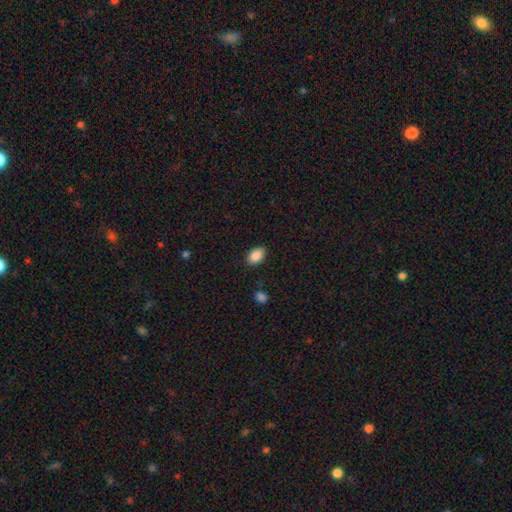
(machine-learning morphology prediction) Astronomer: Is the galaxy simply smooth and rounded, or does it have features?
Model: smooth — 88%.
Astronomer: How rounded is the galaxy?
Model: in between — 86%.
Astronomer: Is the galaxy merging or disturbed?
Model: none — 86%.